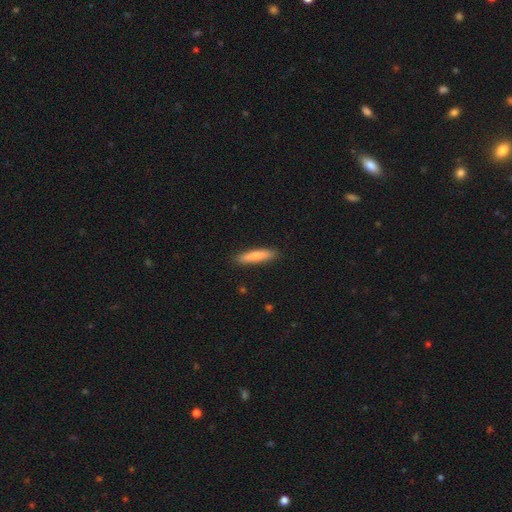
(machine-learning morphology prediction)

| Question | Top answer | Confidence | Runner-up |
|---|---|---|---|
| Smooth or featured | smooth | 79% | featured or disk (15%) |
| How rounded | cigar-shaped | 85% | in between (14%) |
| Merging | none | 90% | minor disturbance (8%) |